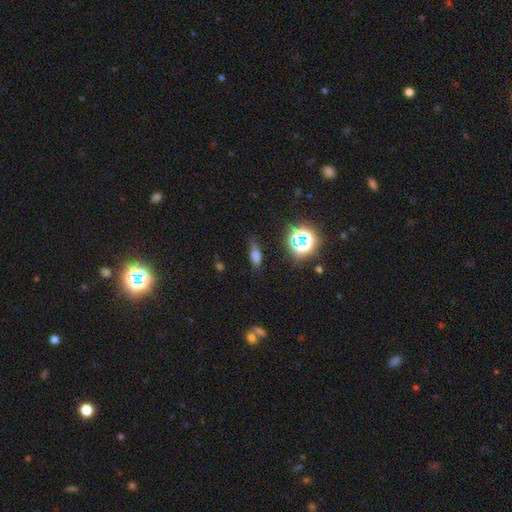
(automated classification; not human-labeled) Q: Smooth or featured?
A: smooth (66%); runner-up: star or artifact (22%)
Q: How rounded?
A: in between (71%); runner-up: cigar-shaped (20%)
Q: Merging?
A: none (73%); runner-up: minor disturbance (19%)